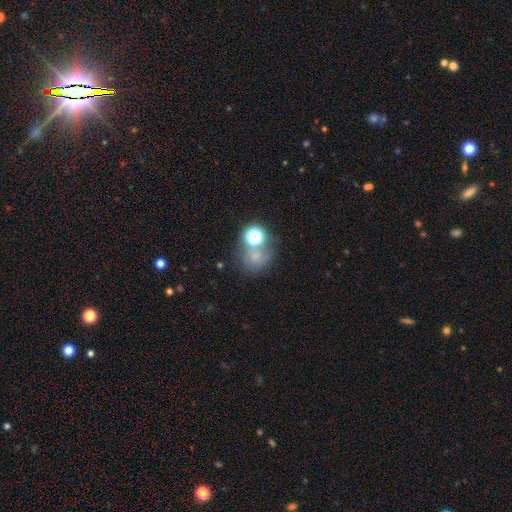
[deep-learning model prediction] Smooth or featured? Predicted: smooth (p=0.51). How rounded? Predicted: round (p=0.76). Merging? Predicted: none (p=0.52).